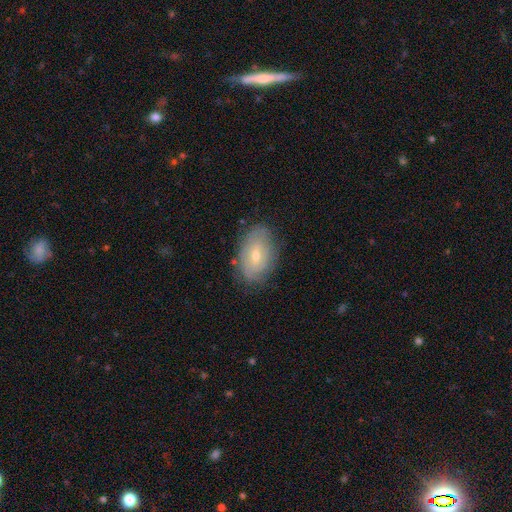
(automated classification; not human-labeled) smooth_or_featured: featured or disk (p=0.47) [alt: smooth p=0.44]
merging: none (p=0.78) [alt: minor disturbance p=0.16]